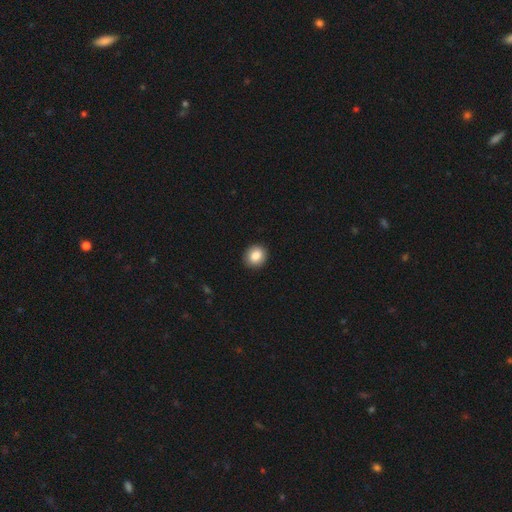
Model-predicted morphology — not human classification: Overall: smooth (85%). How rounded: round (78%). Merging: none (91%).